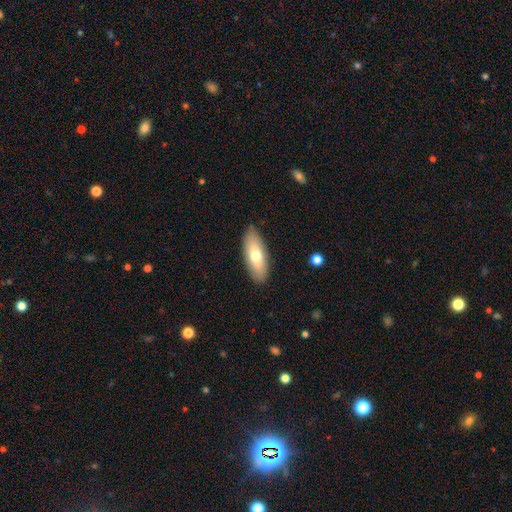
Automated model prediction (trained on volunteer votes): Q: Smooth or featured?
A: smooth (69%); runner-up: featured or disk (26%)
Q: How rounded?
A: in between (76%); runner-up: cigar-shaped (21%)
Q: Merging?
A: none (86%); runner-up: minor disturbance (11%)